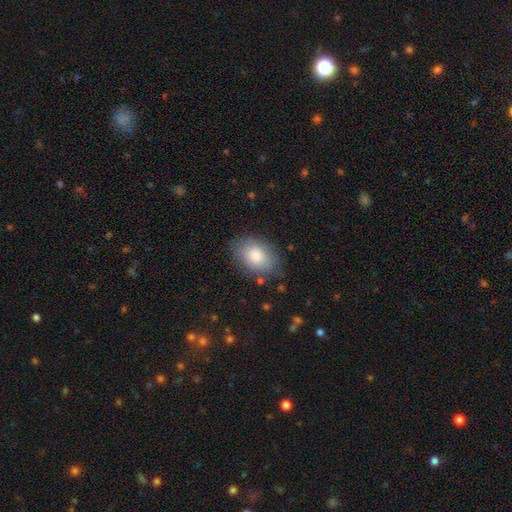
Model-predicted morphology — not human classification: smooth-or-featured: smooth: 82% | featured or disk: 11% | star or artifact: 7%
  how-rounded: in between: 79% | round: 20% | cigar-shaped: 1%
  merging: none: 77% | minor disturbance: 17% | major disturbance: 5% | merger: 2%